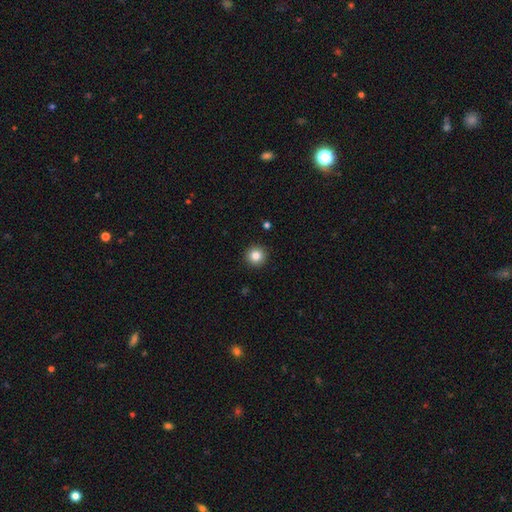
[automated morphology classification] Overall: smooth (84%). How rounded: round (95%). Merging: none (93%).